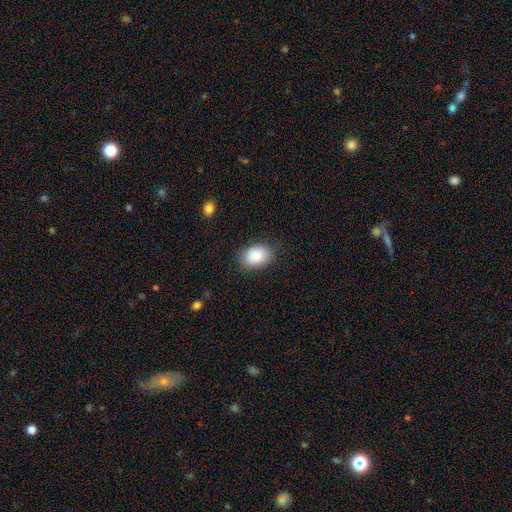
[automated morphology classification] A smooth galaxy with no disk features (87%) that is in between round and cigar-shaped (76%).

Vote fractions:
- Smooth or featured? smooth: 87% / star or artifact: 7% / featured or disk: 6%
- How rounded? in between: 76% / round: 23% / cigar-shaped: 1%
- Merging? none: 83% / minor disturbance: 13% / major disturbance: 3% / merger: 1%